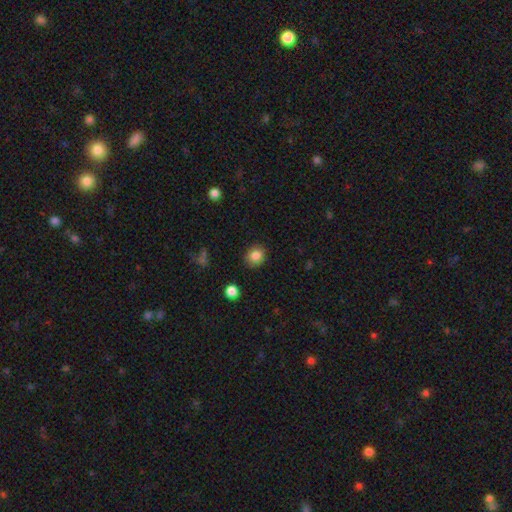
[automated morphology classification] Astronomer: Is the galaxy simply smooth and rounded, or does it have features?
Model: smooth — 85%.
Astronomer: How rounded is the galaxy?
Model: round — 78%.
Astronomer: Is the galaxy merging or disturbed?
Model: none — 89%.